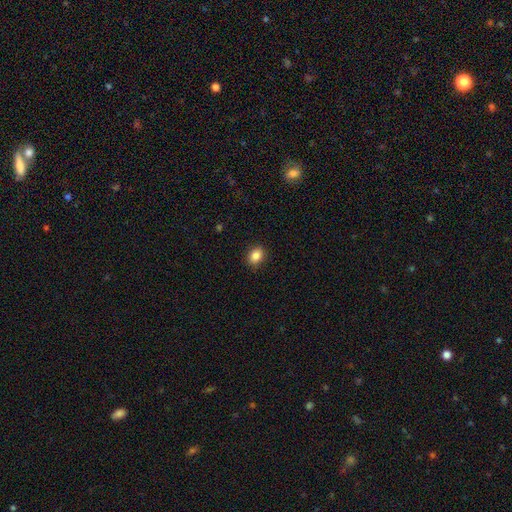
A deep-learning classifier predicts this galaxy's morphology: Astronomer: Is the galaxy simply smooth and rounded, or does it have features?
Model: smooth — 86%.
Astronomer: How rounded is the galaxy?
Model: in between — 61% (runner-up: round, 38%).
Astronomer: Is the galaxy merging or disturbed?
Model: none — 90%.